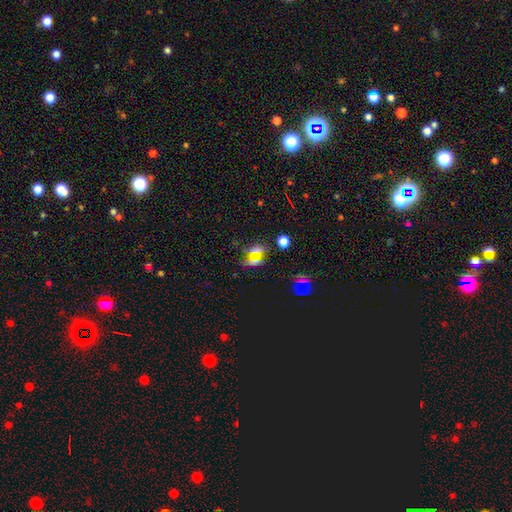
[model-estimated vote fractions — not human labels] Smooth or featured?
  - star or artifact: 51% *
  - smooth: 38%
  - featured or disk: 11%